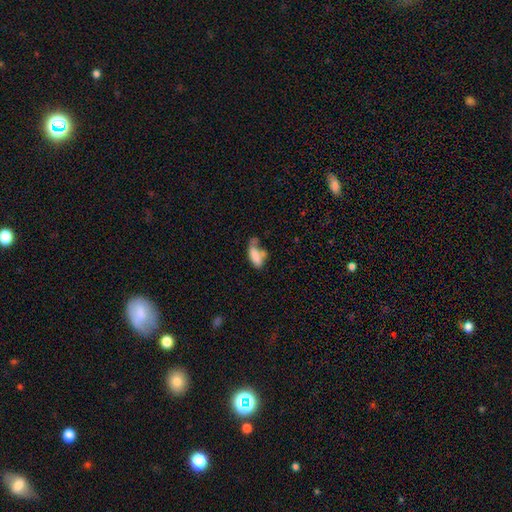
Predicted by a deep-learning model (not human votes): Smooth or featured?
  - smooth: 76% *
  - featured or disk: 15%
  - star or artifact: 9%
How rounded?
  - in between: 75% *
  - cigar-shaped: 22%
  - round: 3%
Merging?
  - none: 28% *
  - merger: 27%
  - minor disturbance: 24%
  - major disturbance: 21%